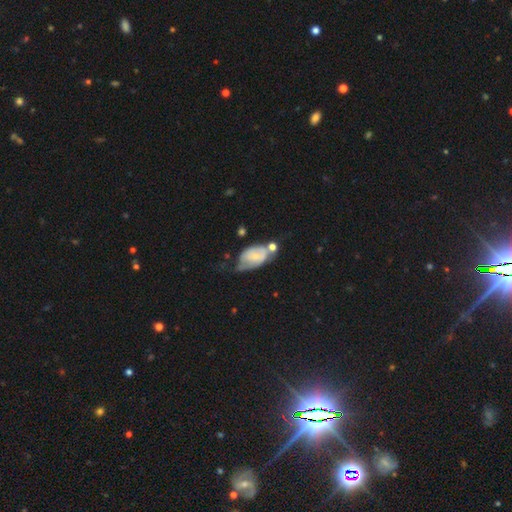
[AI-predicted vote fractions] This is possibly a smooth galaxy (47%). Merging: marginally minor disturbance (32%).